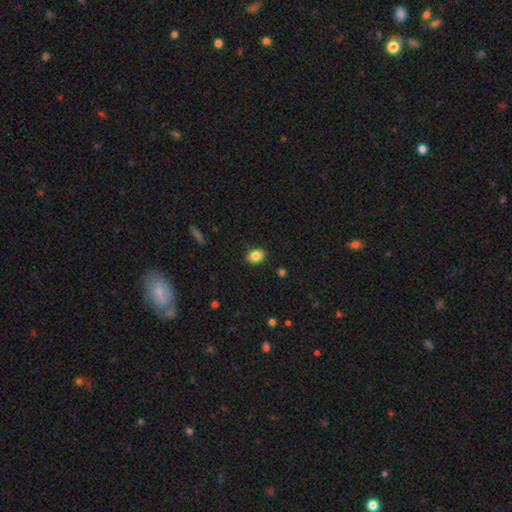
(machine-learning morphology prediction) Smooth or featured? smooth (85%)
How rounded? in between (62%)
Merging? none (85%)